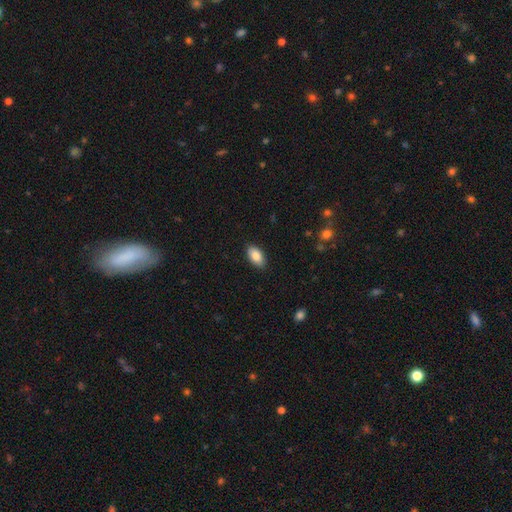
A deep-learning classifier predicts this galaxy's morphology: type=smooth (85%); roundness=in between (94%); merging=none (88%).